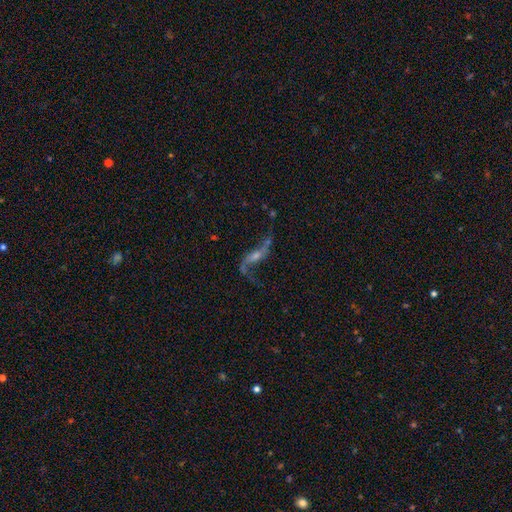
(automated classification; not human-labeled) Q: Smooth or featured?
A: featured or disk (84%); runner-up: star or artifact (10%)
Q: Edge-on disk?
A: no (84%); runner-up: yes (16%)
Q: Bar?
A: no (43%); runner-up: weak (31%)
Q: Spiral arms?
A: yes (94%); runner-up: no (6%)
Q: Spiral winding?
A: loose (91%); runner-up: medium (7%)
Q: Spiral arm count?
A: 2 (91%); runner-up: 1 (4%)
Q: Bulge size?
A: small (47%); runner-up: moderate (40%)
Q: Merging?
A: none (68%); runner-up: minor disturbance (15%)